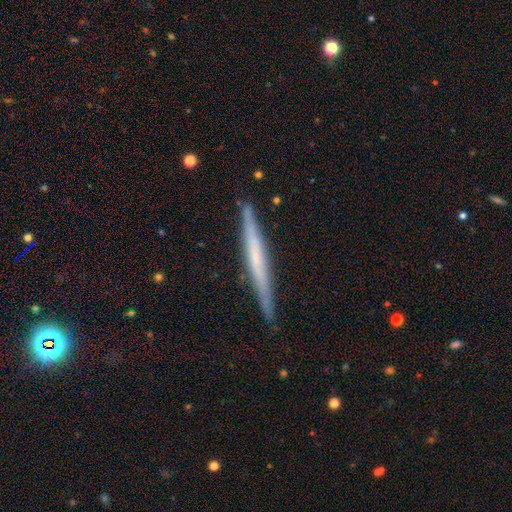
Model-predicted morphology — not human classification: This appears to be a featured or disk galaxy (61%) viewed edge-on (97%) with no central bulge (72%). Merging: none (87%).